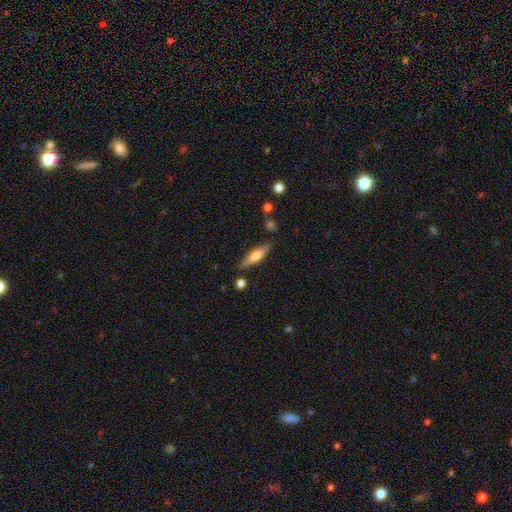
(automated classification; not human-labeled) Smooth or featured?
  - featured or disk: 48% *
  - smooth: 46%
  - star or artifact: 6%
Merging?
  - none: 84% *
  - minor disturbance: 11%
  - merger: 3%
  - major disturbance: 2%